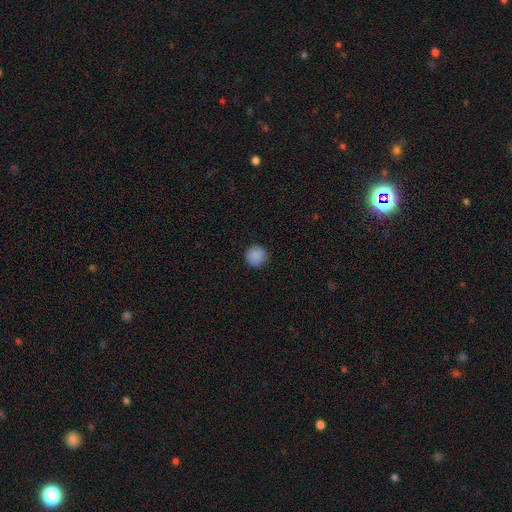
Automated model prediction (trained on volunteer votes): This is clearly a smooth galaxy (88%). How rounded: clearly round (95%). Merging: clearly none (91%).